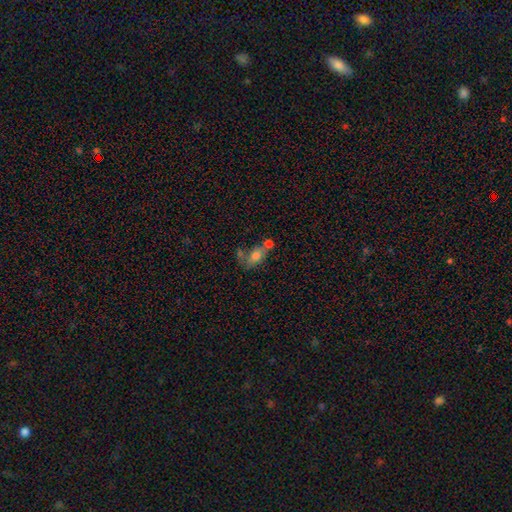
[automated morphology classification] Smooth or featured? smooth (70%)
How rounded? in between (80%)
Merging? merger (38%)